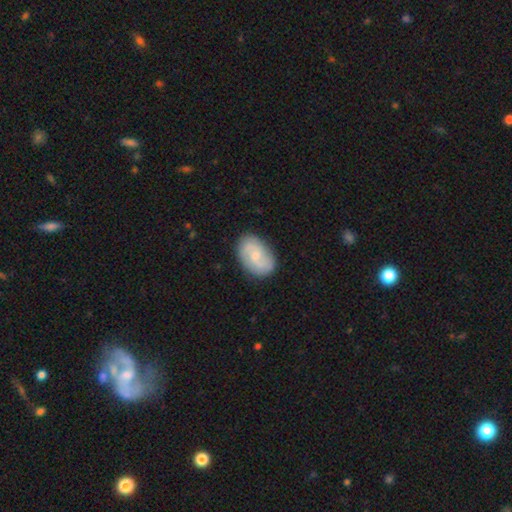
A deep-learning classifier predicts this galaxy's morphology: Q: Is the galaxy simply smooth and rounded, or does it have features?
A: featured or disk — 63%.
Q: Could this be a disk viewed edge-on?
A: no — 97%.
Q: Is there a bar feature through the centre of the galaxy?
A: no — 53%.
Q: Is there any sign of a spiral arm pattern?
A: yes — 90%.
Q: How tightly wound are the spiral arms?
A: medium — 46%.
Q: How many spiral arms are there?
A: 2 — 82%.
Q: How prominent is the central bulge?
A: small — 58%.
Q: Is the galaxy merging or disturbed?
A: none — 83%.